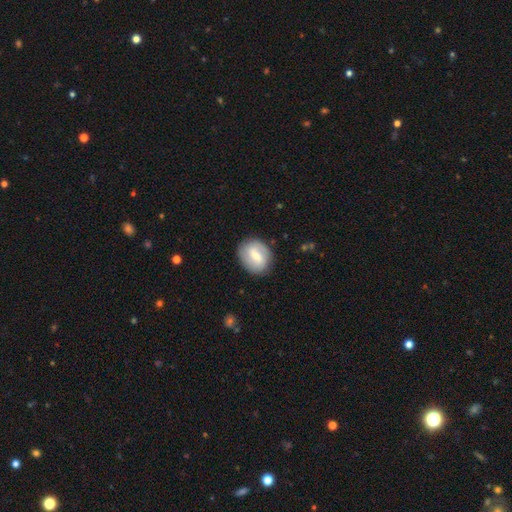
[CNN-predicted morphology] smooth_or_featured: featured or disk (p=0.55) [alt: smooth p=0.39]
disk_edge_on: no (p=0.95) [alt: yes p=0.05]
bar: weak (p=0.51) [alt: strong p=0.33]
has_spiral_arms: yes (p=0.69) [alt: no p=0.31]
bulge_size: moderate (p=0.50) [alt: small p=0.44]
merging: none (p=0.83) [alt: minor disturbance p=0.12]